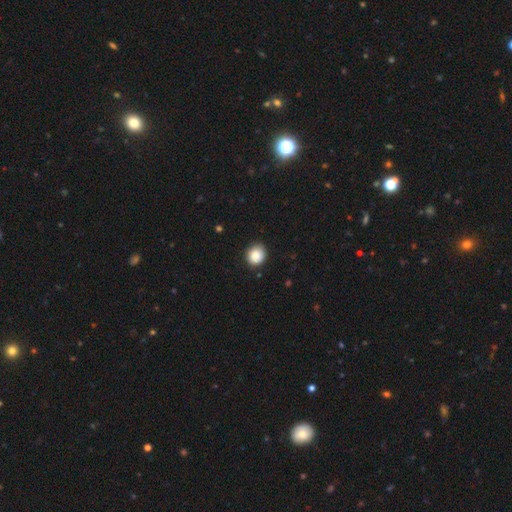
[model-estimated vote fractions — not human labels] The model was most divided on "how rounded": round: 83%, in between: 16%, cigar-shaped: 1%. More confident: smooth or featured — smooth (87%); merging — none (86%).